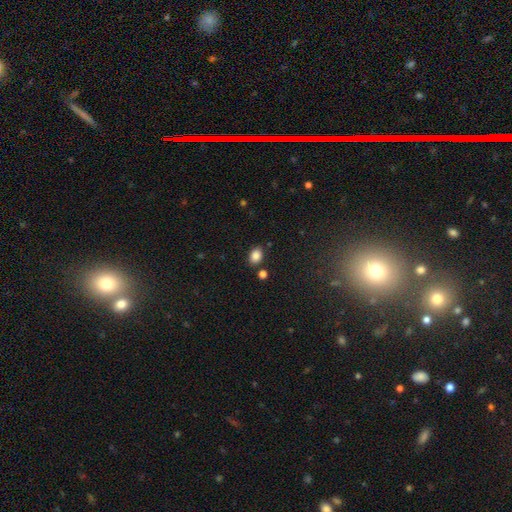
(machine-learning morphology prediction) This is clearly a smooth galaxy (85%). How rounded: likely in between (72%). Merging: clearly none (82%).